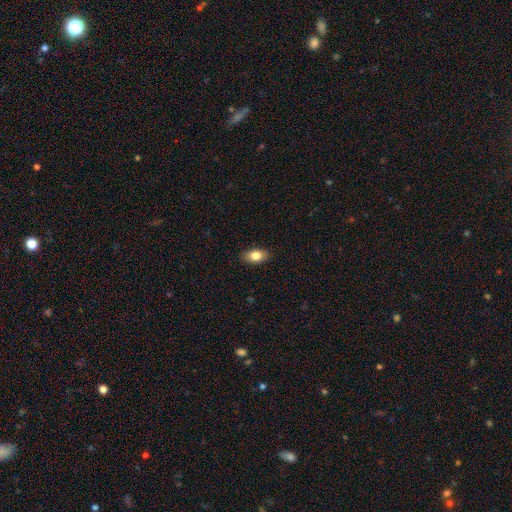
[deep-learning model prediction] This is clearly a smooth galaxy (83%). How rounded: clearly in between (90%). Merging: clearly none (88%).